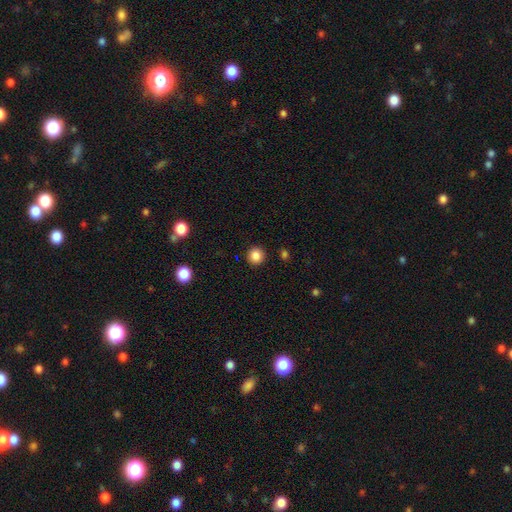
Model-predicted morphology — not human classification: A smooth galaxy with no disk features (85%) that is round (94%). Merging: none (92%).